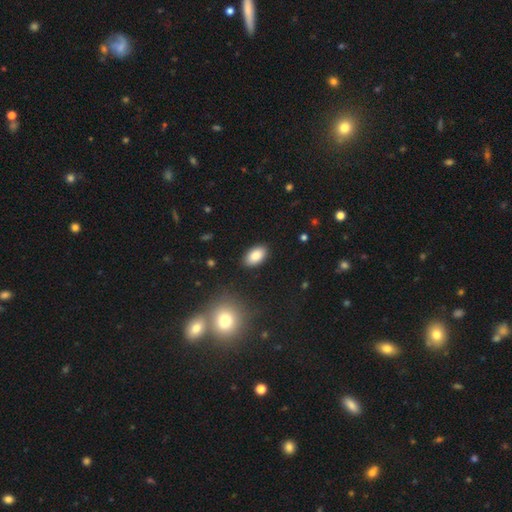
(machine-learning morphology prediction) A smooth galaxy with no disk features (86%) that is in between round and cigar-shaped (93%).

Vote fractions:
- Smooth or featured? smooth: 86% / star or artifact: 8% / featured or disk: 6%
- How rounded? in between: 93% / round: 5% / cigar-shaped: 2%
- Merging? none: 88% / minor disturbance: 8% / major disturbance: 2% / merger: 1%